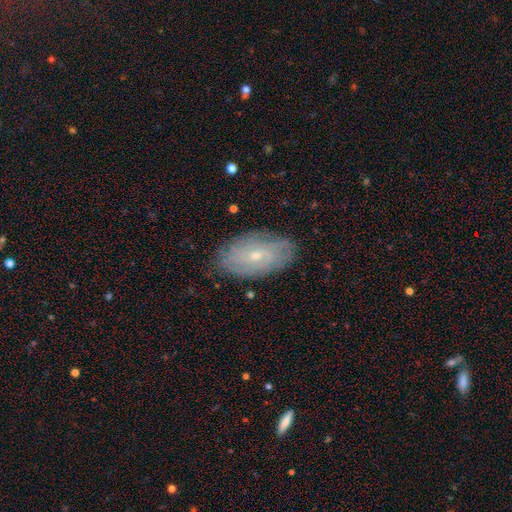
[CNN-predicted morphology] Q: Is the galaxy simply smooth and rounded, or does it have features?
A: featured or disk — 64%.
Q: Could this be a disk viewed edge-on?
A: no — 91%.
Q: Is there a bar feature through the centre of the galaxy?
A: no — 68%.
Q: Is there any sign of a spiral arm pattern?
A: yes — 82%.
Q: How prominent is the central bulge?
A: small — 71%.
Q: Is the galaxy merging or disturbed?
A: none — 81%.